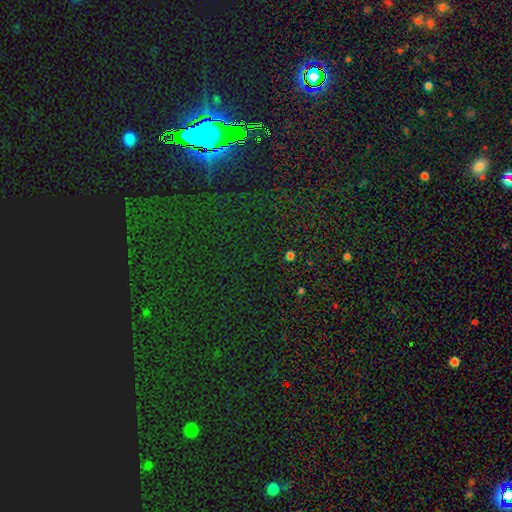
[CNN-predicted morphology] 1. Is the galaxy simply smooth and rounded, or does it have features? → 82% star or artifact, 10% smooth, 8% featured or disk.